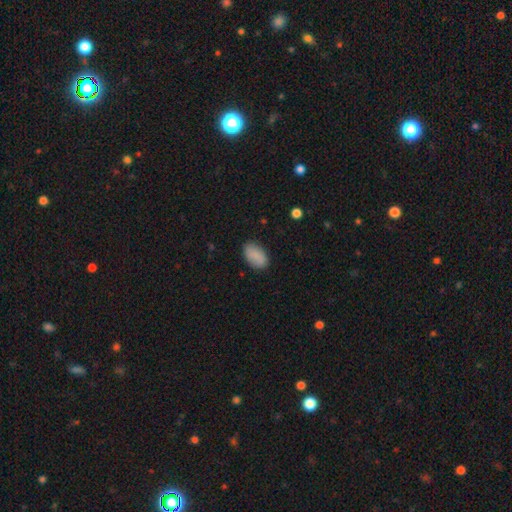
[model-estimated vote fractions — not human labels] A smooth galaxy with no disk features (88%) that is in between round and cigar-shaped (93%). Merging: none (83%).